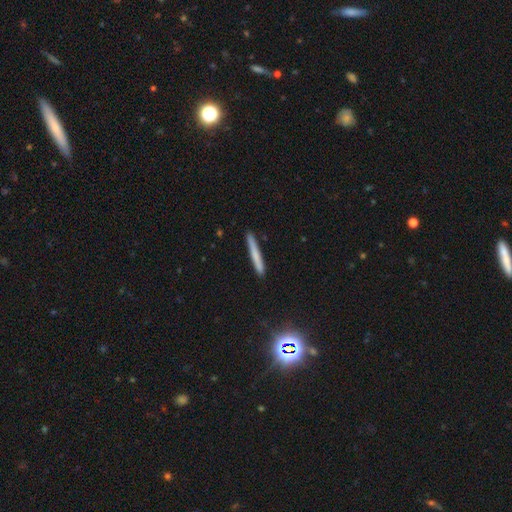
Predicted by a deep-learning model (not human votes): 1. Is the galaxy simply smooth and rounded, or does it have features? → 67% smooth, 25% featured or disk, 8% star or artifact.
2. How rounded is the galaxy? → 96% cigar-shaped, 2% in between, 1% round.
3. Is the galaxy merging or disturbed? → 90% none, 7% minor disturbance, 1% major disturbance, 1% merger.